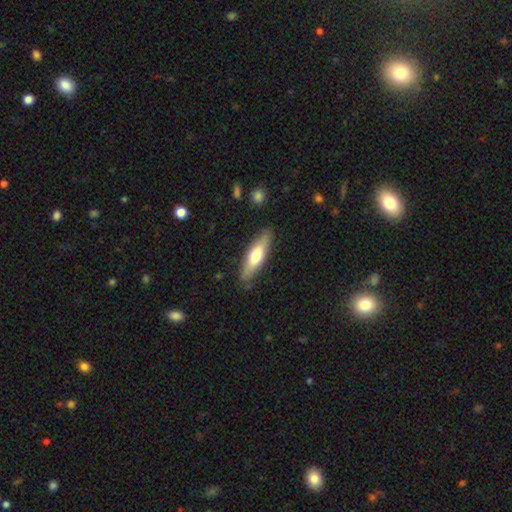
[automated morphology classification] A smooth galaxy with no disk features (59%) that is cigar-shaped (64%).

Vote fractions:
- Smooth or featured? smooth: 59% / featured or disk: 36% / star or artifact: 5%
- How rounded? cigar-shaped: 64% / in between: 35% / round: 2%
- Merging? none: 85% / minor disturbance: 12% / major disturbance: 2% / merger: 1%